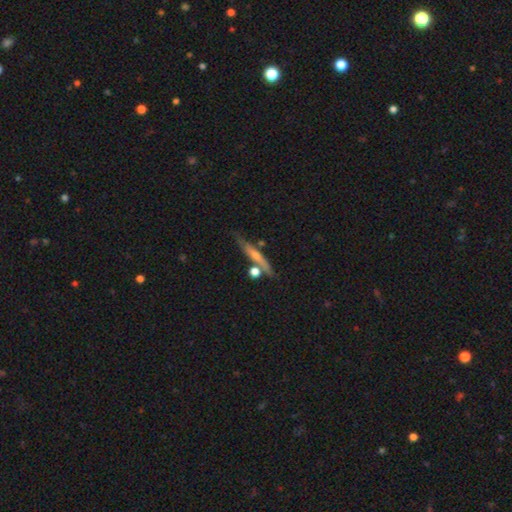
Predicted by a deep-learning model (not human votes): Overall: featured or disk (62%; smooth 27%). Edge-on disk: yes (93%). Edge-on bulge: rounded (58%; none 34%). Merging: none (74%).